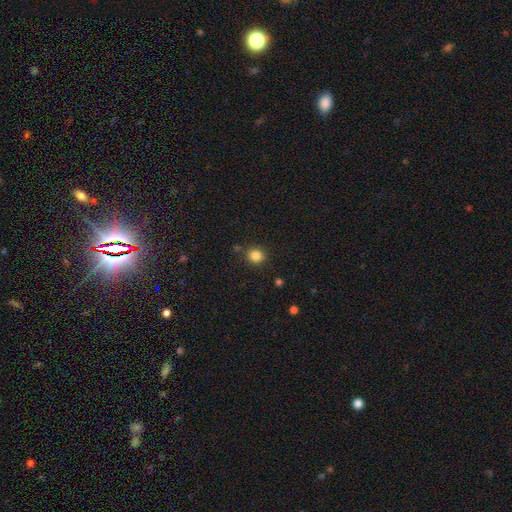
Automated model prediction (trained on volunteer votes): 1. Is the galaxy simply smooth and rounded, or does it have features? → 85% smooth, 11% star or artifact, 4% featured or disk.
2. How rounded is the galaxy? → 84% round, 15% in between, 1% cigar-shaped.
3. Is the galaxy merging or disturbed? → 86% none, 8% minor disturbance, 3% merger, 2% major disturbance.